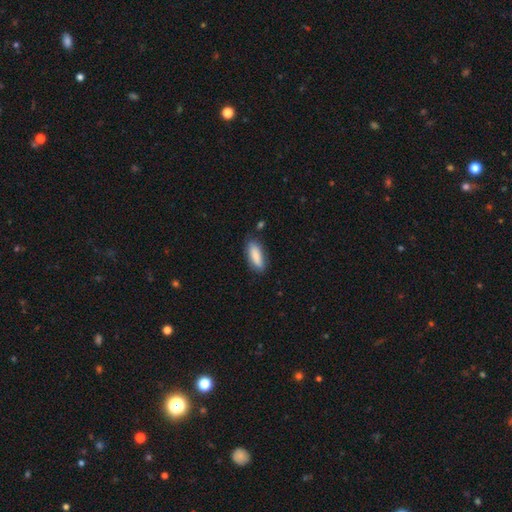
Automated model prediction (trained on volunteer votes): The model was most divided on "how rounded": in between: 63%, cigar-shaped: 35%, round: 2%. More confident: smooth or featured — smooth (85%); merging — none (79%).